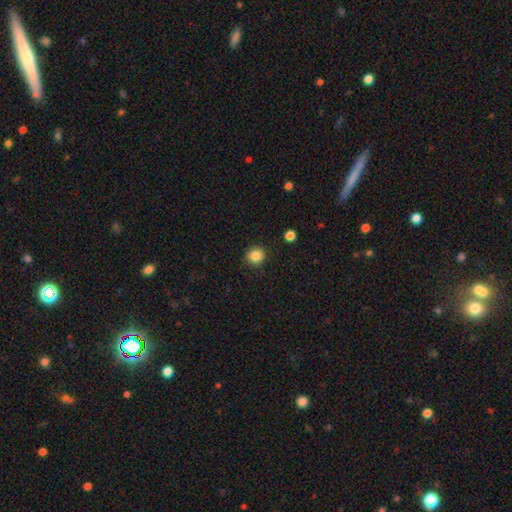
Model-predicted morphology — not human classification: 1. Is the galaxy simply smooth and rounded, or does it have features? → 85% smooth, 11% star or artifact, 4% featured or disk.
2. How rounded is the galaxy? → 90% round, 9% in between, 1% cigar-shaped.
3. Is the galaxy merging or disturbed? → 91% none, 6% minor disturbance, 2% major disturbance, 1% merger.